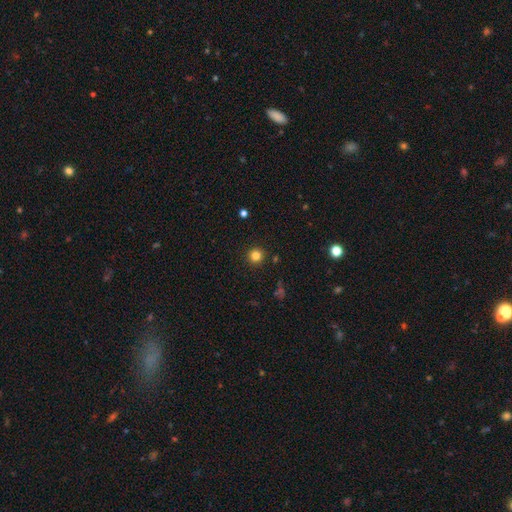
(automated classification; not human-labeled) This appears to be a smooth galaxy with no disk features (82%) that is round (95%). Merging: none (92%).